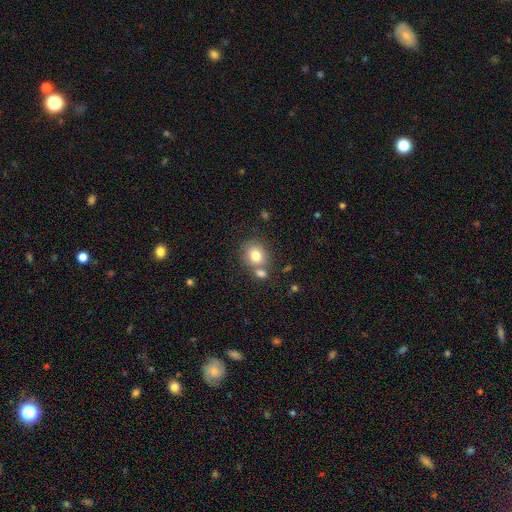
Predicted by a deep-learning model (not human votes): Smooth or featured? Predicted: smooth (p=0.79). How rounded? Predicted: round (p=0.70). Merging? Predicted: none (p=0.56).